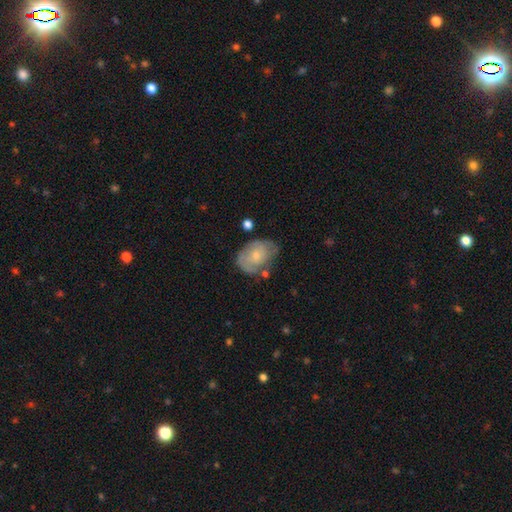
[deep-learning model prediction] The model was most divided on "smooth or featured": featured or disk: 47%, smooth: 46%, star or artifact: 7%. More confident: merging — none (56%).